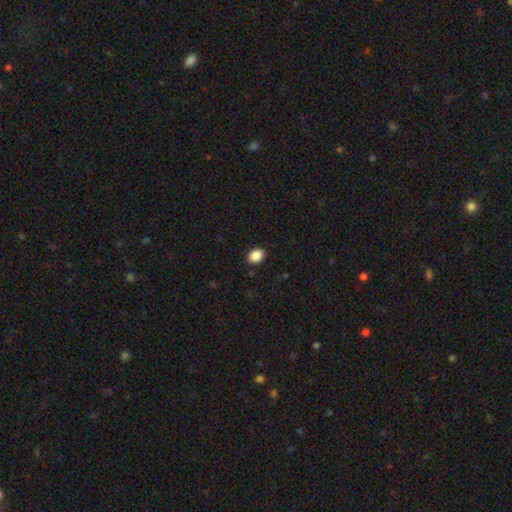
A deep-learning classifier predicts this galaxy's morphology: The model was most divided on "how rounded": in between: 62%, round: 37%, cigar-shaped: 1%. More confident: merging — none (90%); smooth or featured — smooth (89%).